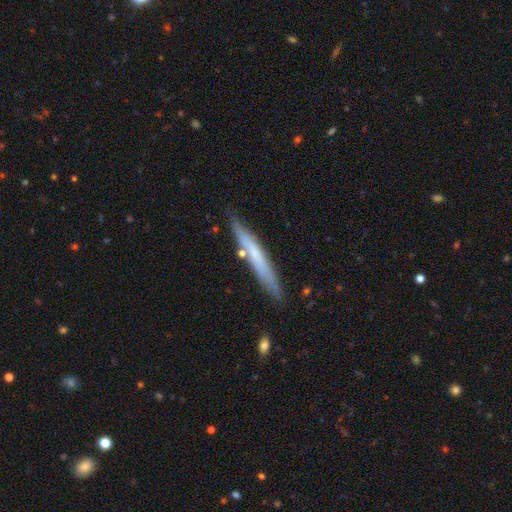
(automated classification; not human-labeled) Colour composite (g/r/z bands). It shows a featured or disk galaxy (47%). Merging: none (83%).